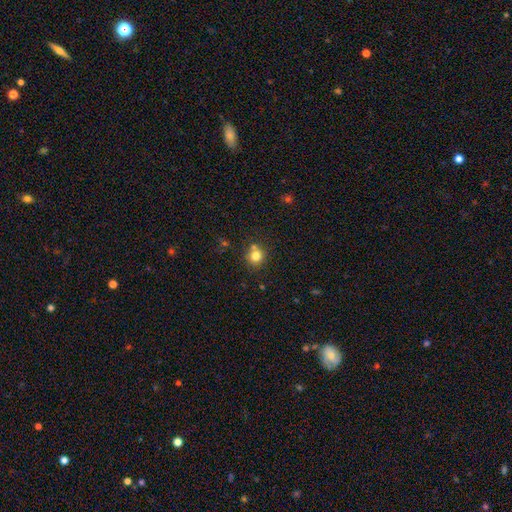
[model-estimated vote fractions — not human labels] smooth-or-featured: smooth: 80% | star or artifact: 13% | featured or disk: 8%
  how-rounded: round: 89% | in between: 10% | cigar-shaped: 1%
  merging: none: 69% | merger: 18% | minor disturbance: 10% | major disturbance: 3%